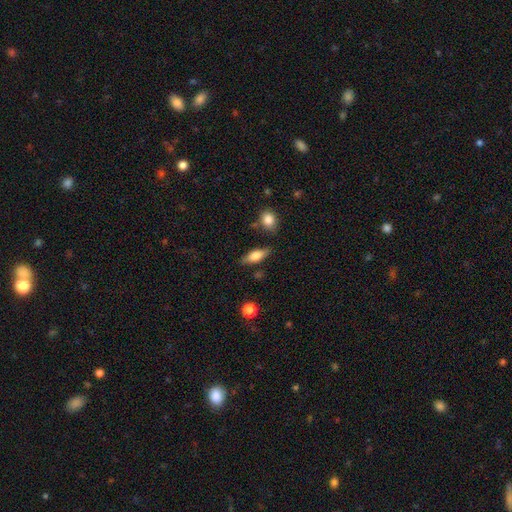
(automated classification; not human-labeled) Overall: smooth (64%; featured or disk 29%). How rounded: in between (65%; cigar-shaped 32%). Merging: none (80%).